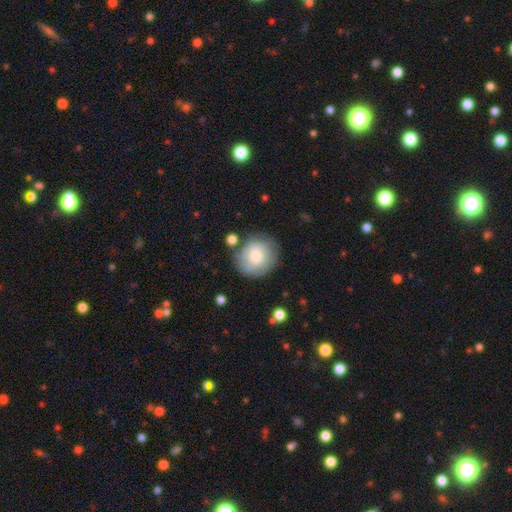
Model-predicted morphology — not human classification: Q: Smooth or featured?
A: smooth (66%); runner-up: featured or disk (27%)
Q: How rounded?
A: round (85%); runner-up: in between (14%)
Q: Merging?
A: none (69%); runner-up: minor disturbance (19%)